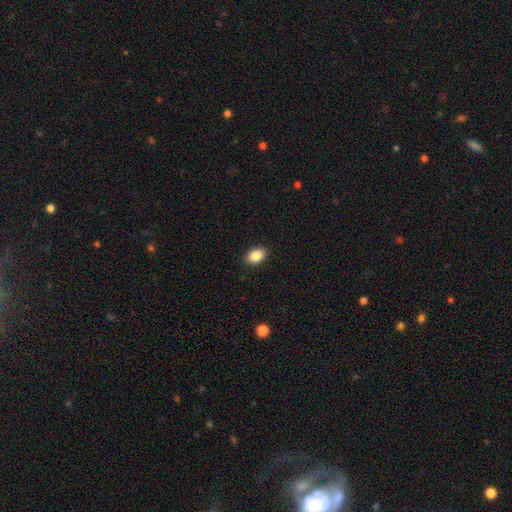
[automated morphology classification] A smooth galaxy with no disk features (88%) that is in between round and cigar-shaped (85%). Merging: none (90%).